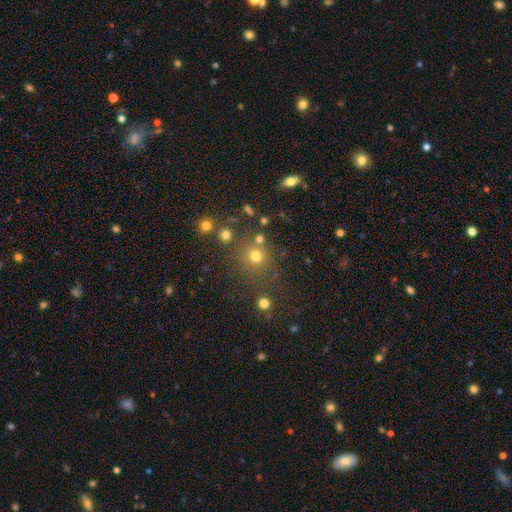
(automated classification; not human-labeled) The model was most divided on "smooth or featured": smooth: 71%, star or artifact: 21%, featured or disk: 8%. More confident: how rounded — round (89%); merging — none (74%).